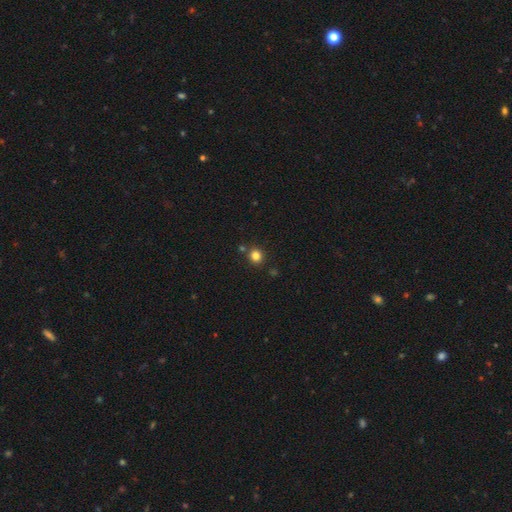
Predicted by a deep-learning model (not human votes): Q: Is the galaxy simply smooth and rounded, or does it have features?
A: smooth — 82%.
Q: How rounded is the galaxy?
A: round — 87%.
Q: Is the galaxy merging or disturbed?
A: none — 81%.